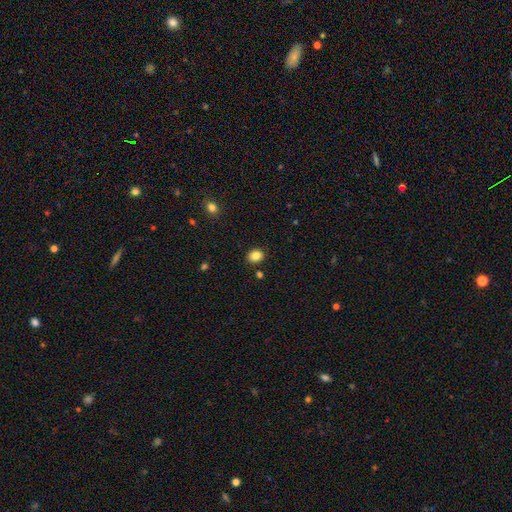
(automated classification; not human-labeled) Smooth or featured: smooth — 85% (star or artifact — 10%)
How rounded: round — 54% (in between — 45%)
Merging: none — 88% (minor disturbance — 7%)